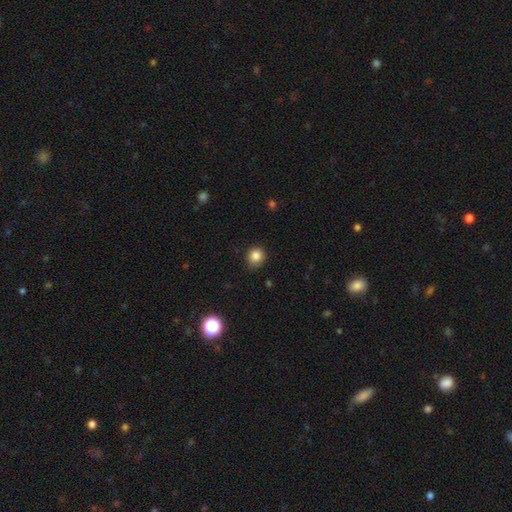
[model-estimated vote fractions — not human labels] Smooth or featured? Predicted: smooth (p=0.85). How rounded? Predicted: round (p=0.83). Merging? Predicted: none (p=0.81).